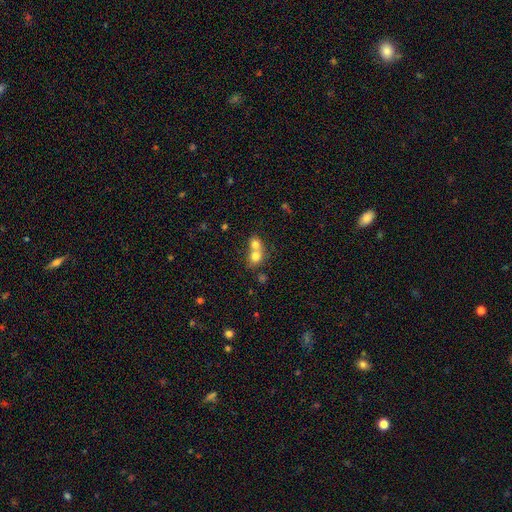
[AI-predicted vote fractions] This appears to be a smooth galaxy with no disk features (75%) that is round (70%). Merging: merger (67%).